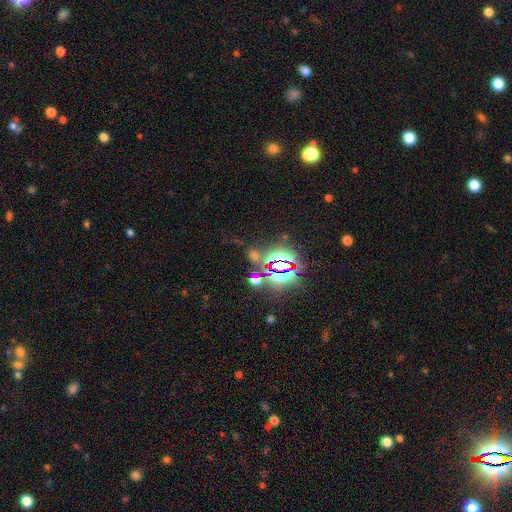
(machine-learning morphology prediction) Q: Smooth or featured?
A: star or artifact (78%); runner-up: smooth (13%)